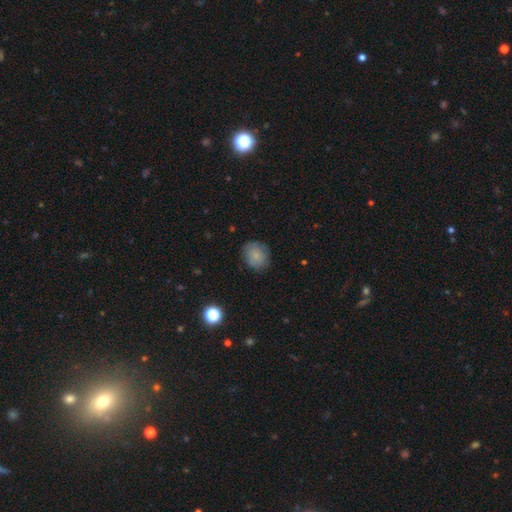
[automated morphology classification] A smooth galaxy with no disk features (81%) that is round (73%). Merging: none (80%).